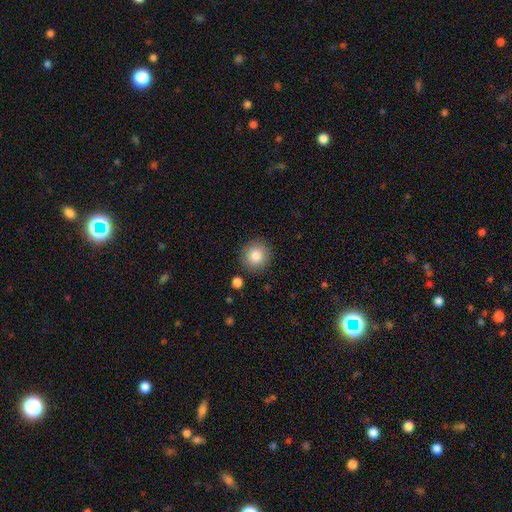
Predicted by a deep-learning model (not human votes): A smooth galaxy with no disk features (85%) that is round (91%). Merging: none (88%).